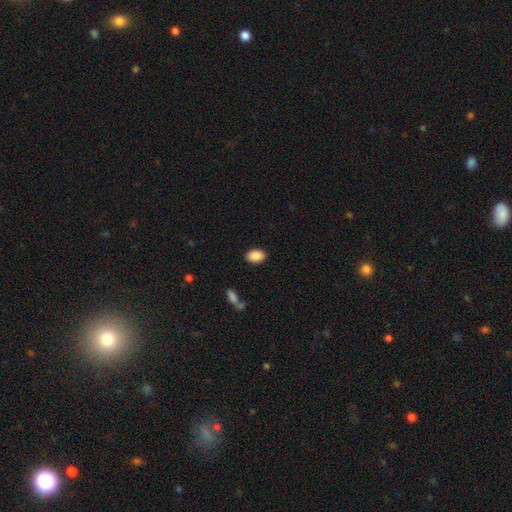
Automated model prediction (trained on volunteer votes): This appears to be a smooth galaxy with no disk features (89%) that is in between round and cigar-shaped (87%). Merging: none (88%).